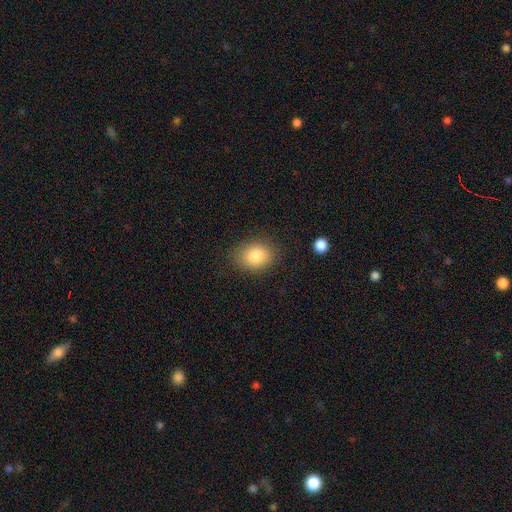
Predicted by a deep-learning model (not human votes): Overall: smooth (83%). How rounded: in between (54%; round 45%). Merging: none (85%).